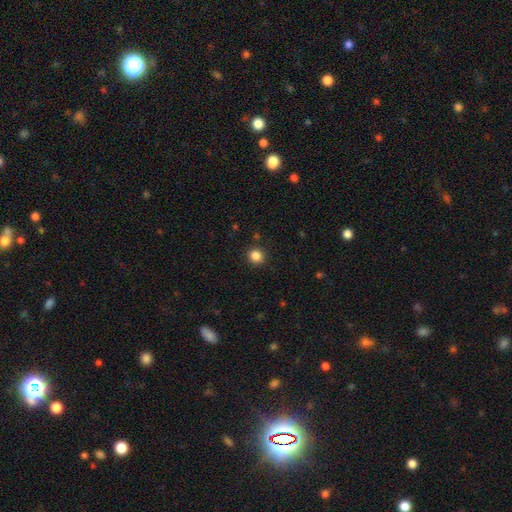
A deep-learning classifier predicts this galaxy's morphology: smooth 85%, star or artifact 11%, featured or disk 3%. Down the decision tree: how rounded — round (88%); merging — none (90%).